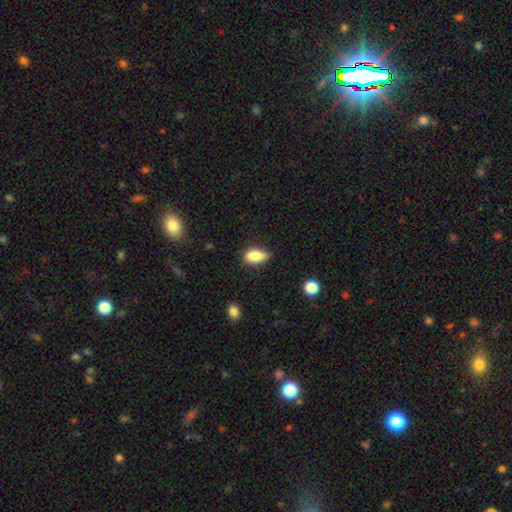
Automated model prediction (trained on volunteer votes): This is clearly a smooth galaxy (85%). How rounded: clearly in between (87%). Merging: likely none (68%).